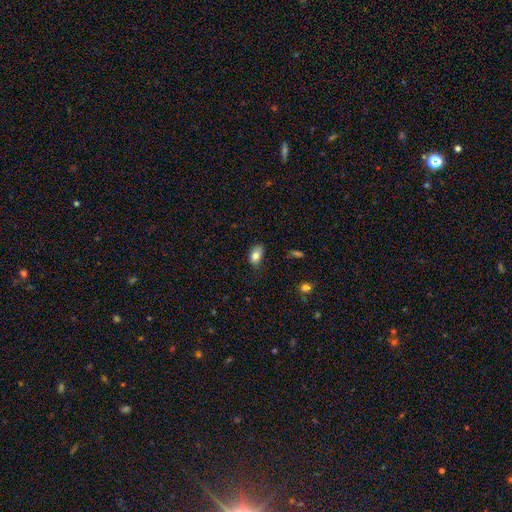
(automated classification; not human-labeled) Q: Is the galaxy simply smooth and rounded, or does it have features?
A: smooth — 81%.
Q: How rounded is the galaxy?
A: in between — 87%.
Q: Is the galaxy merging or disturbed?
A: none — 69%.